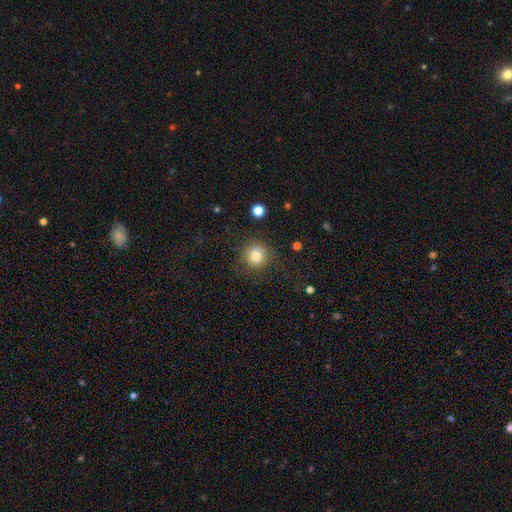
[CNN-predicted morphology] This appears to be a smooth galaxy with no disk features (80%) that is round (94%). Merging: none (85%).